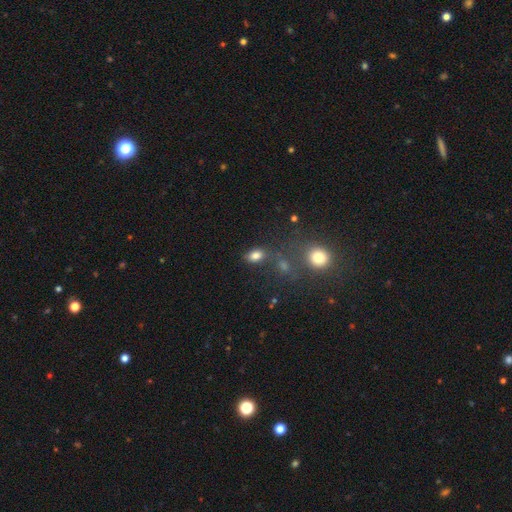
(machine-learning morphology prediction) smooth 81%, star or artifact 12%, featured or disk 7%. Down the decision tree: how rounded — in between (81%); merging — none (69%).